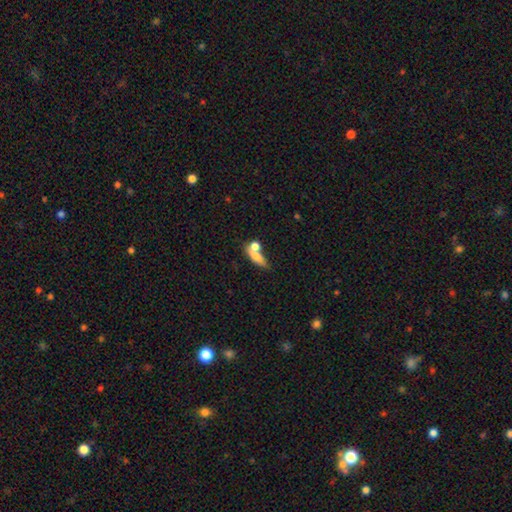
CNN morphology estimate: This is likely a smooth galaxy (72%). How rounded: possibly in between (57%). Merging: marginally merger (42%).